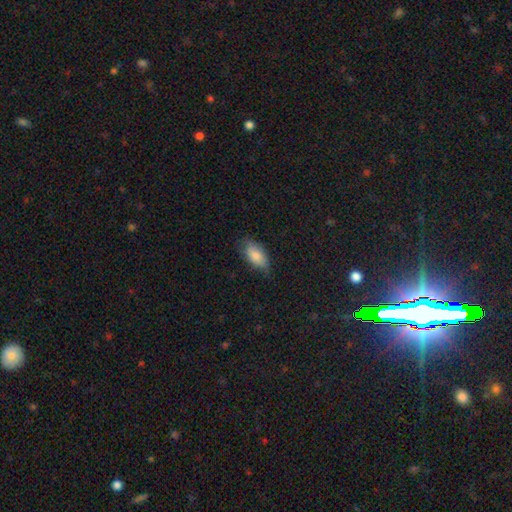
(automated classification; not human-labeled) Overall: smooth (83%). How rounded: in between (91%). Merging: none (68%).